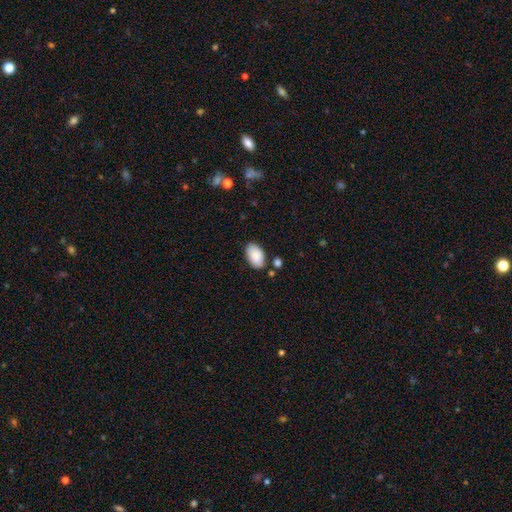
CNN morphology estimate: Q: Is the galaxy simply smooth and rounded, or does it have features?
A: smooth — 87%.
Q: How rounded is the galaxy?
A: in between — 94%.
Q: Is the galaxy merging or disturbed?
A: none — 78%.